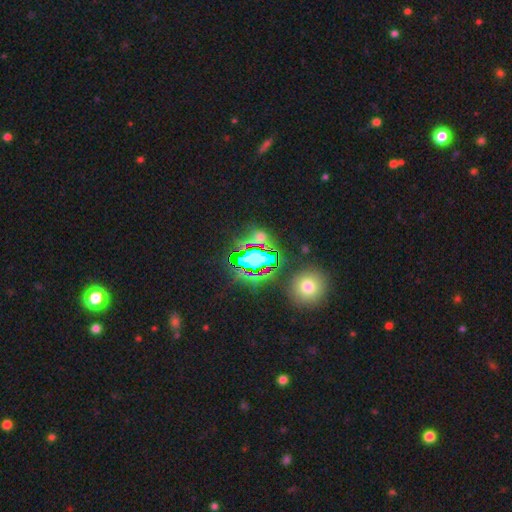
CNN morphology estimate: A star or artifact, not a galaxy (75%).